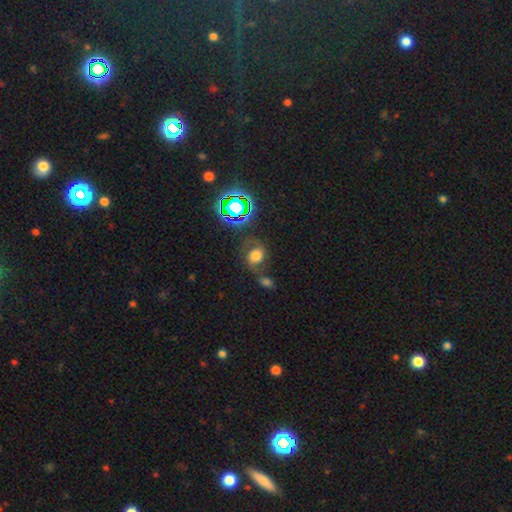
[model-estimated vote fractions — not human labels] Smooth or featured? Predicted: smooth (p=0.44). Merging? Predicted: none (p=0.47).